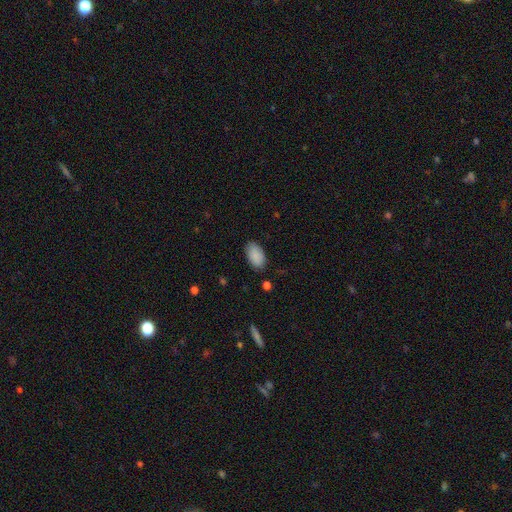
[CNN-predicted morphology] Smooth or featured? Predicted: smooth (p=0.89). How rounded? Predicted: in between (p=0.94). Merging? Predicted: none (p=0.84).